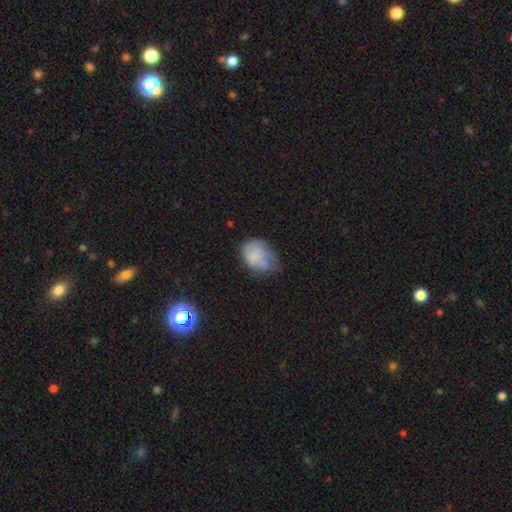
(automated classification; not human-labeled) The model was most divided on "merging": minor disturbance: 39%, none: 36%, major disturbance: 21%, merger: 4%. More confident: how rounded — in between (73%); smooth or featured — smooth (68%).